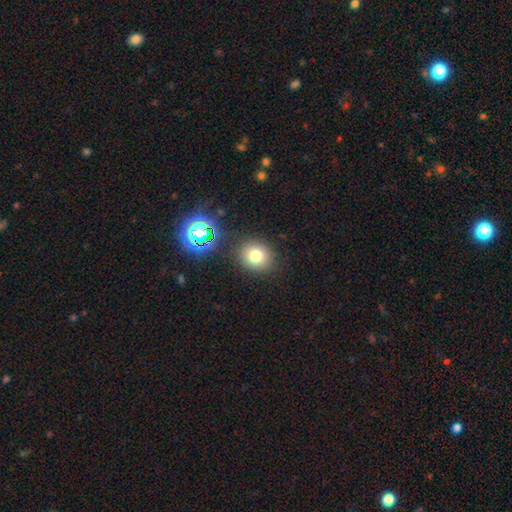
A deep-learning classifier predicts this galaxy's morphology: Q: Smooth or featured?
A: smooth (75%); runner-up: star or artifact (16%)
Q: How rounded?
A: round (77%); runner-up: in between (22%)
Q: Merging?
A: none (85%); runner-up: minor disturbance (8%)